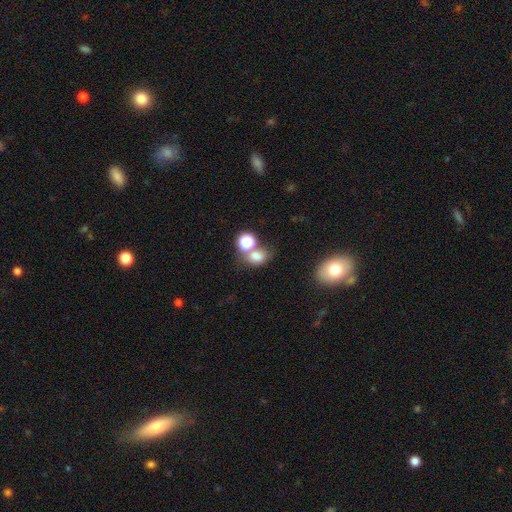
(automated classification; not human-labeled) A smooth galaxy with no disk features (74%) that is in between round and cigar-shaped (49%, tied with round). Merging: none (45%).